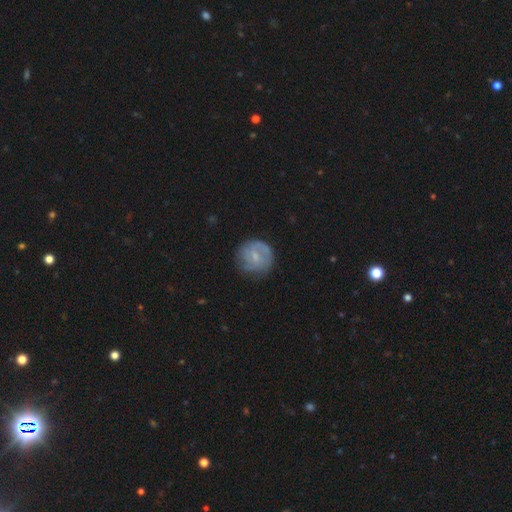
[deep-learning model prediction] The model was most divided on "bar": weak: 52%, no: 39%, strong: 9%. More confident: edge-on disk — no (98%); spiral arms — yes (83%); merging — none (74%); smooth or featured — featured or disk (61%); bulge size — small (59%).